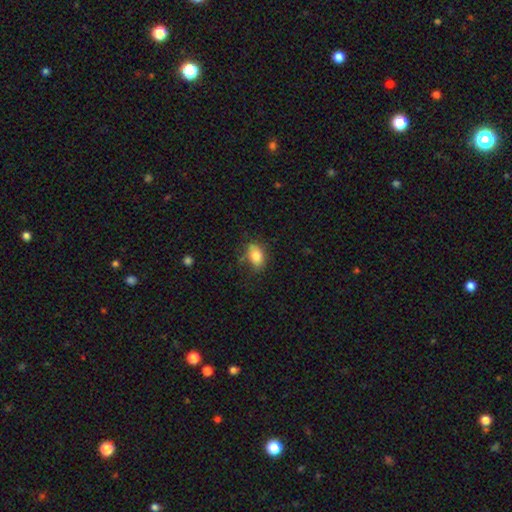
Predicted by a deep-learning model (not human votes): The model was most divided on "merging": none: 64%, minor disturbance: 25%, major disturbance: 9%, merger: 3%. More confident: how rounded — in between (85%); smooth or featured — smooth (80%).